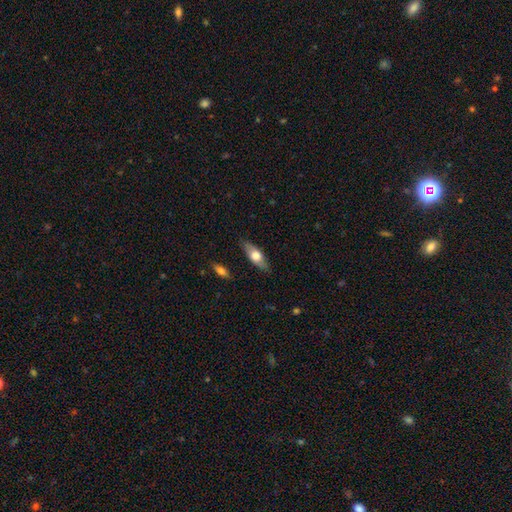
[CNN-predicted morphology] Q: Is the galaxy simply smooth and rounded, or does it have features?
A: smooth — 59%.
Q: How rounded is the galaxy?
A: in between — 68%.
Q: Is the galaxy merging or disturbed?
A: none — 84%.